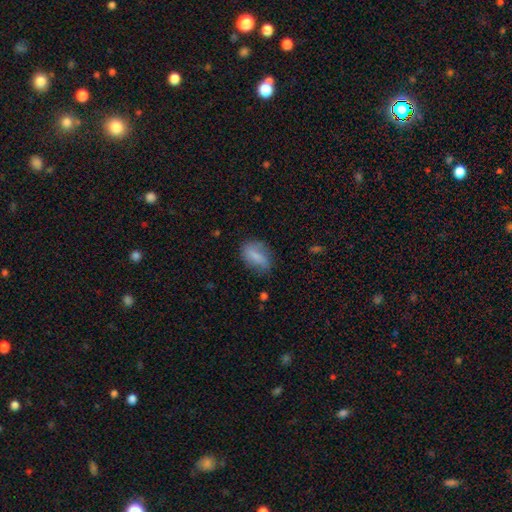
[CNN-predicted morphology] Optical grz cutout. It shows a smooth galaxy with no disk features (73%) that is in between round and cigar-shaped (81%). Merging: none (63%).